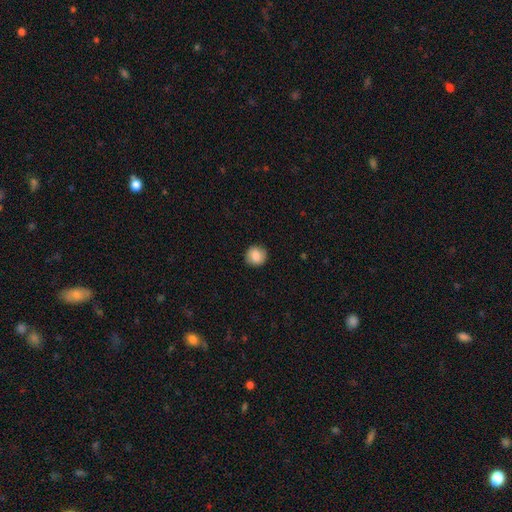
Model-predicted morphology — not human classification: A smooth galaxy with no disk features (82%) that is round (92%).

Vote fractions:
- Smooth or featured? smooth: 82% / featured or disk: 9% / star or artifact: 8%
- How rounded? round: 92% / in between: 7% / cigar-shaped: 1%
- Merging? none: 90% / minor disturbance: 7% / major disturbance: 2% / merger: 1%